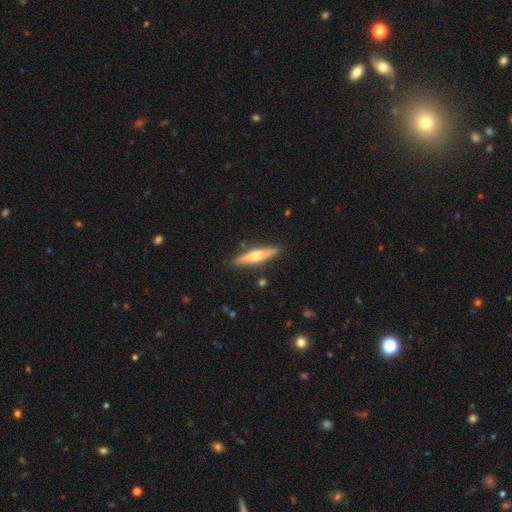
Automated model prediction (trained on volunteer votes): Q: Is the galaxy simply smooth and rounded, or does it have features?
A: featured or disk — 51%.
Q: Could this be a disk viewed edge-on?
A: yes — 93%.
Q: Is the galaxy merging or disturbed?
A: none — 87%.